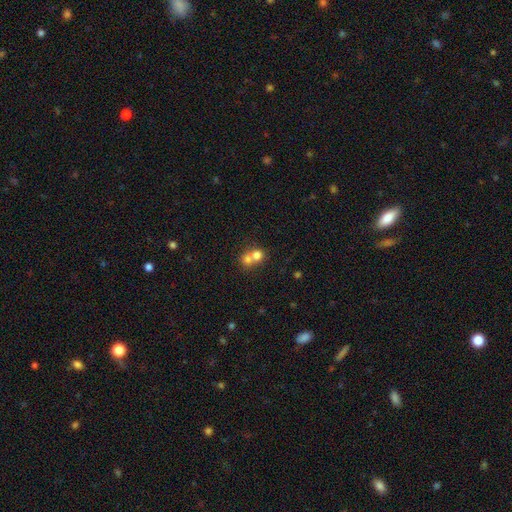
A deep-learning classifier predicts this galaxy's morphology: This is likely a smooth galaxy (72%). How rounded: likely round (72%). Merging: likely merger (69%).